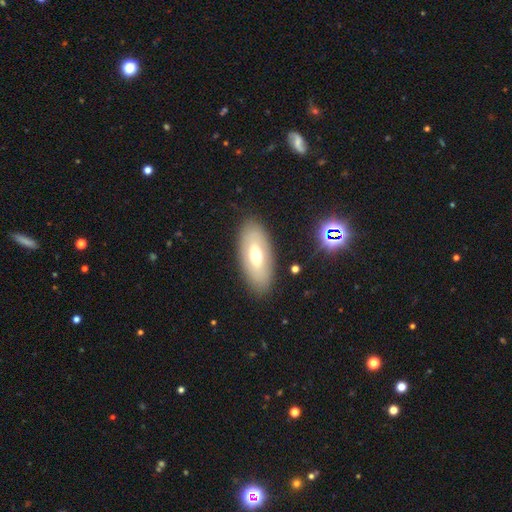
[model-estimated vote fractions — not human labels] Smooth or featured? Predicted: smooth (p=0.55). How rounded? Predicted: in between (p=0.88). Merging? Predicted: none (p=0.85).